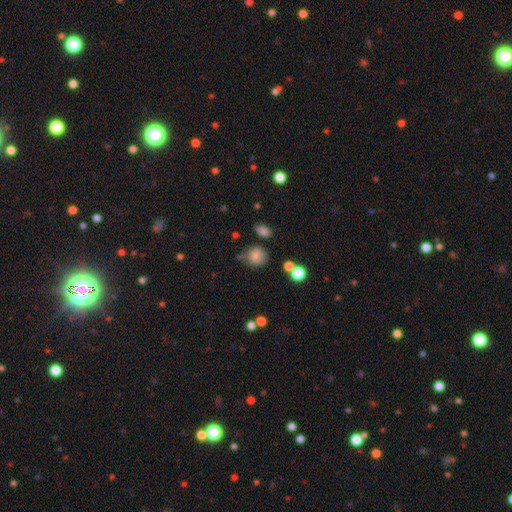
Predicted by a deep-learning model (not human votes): smooth_or_featured: smooth (p=0.78) [alt: star or artifact p=0.12]
how_rounded: round (p=0.74) [alt: in between p=0.25]
merging: none (p=0.61) [alt: minor disturbance p=0.25]